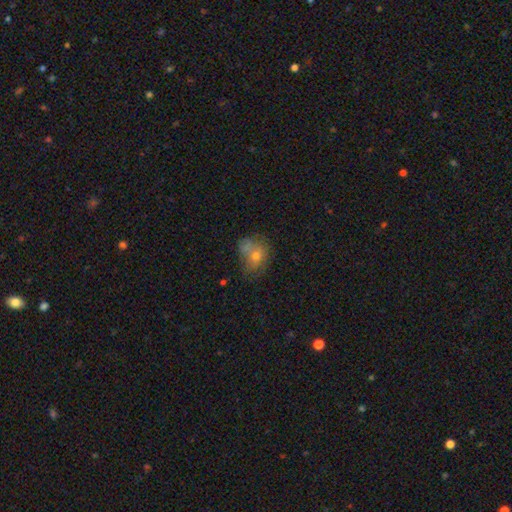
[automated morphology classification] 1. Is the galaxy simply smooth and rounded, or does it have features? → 60% smooth, 26% featured or disk, 14% star or artifact.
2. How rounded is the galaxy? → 52% round, 47% in between, 1% cigar-shaped.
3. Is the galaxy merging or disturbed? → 42% none, 26% minor disturbance, 17% major disturbance, 14% merger.